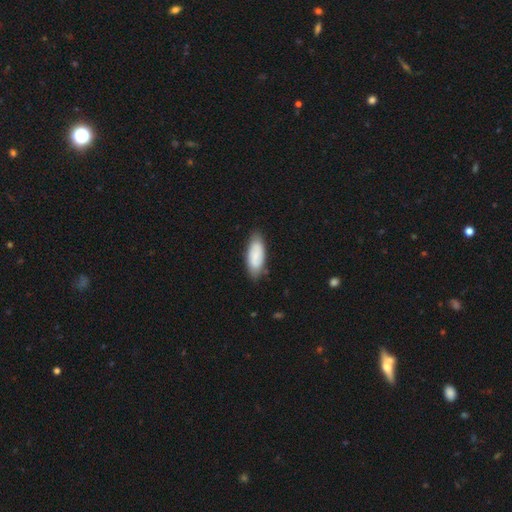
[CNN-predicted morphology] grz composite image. It shows a smooth galaxy with no disk features (64%) that is in between round and cigar-shaped (83%). Merging: none (78%).